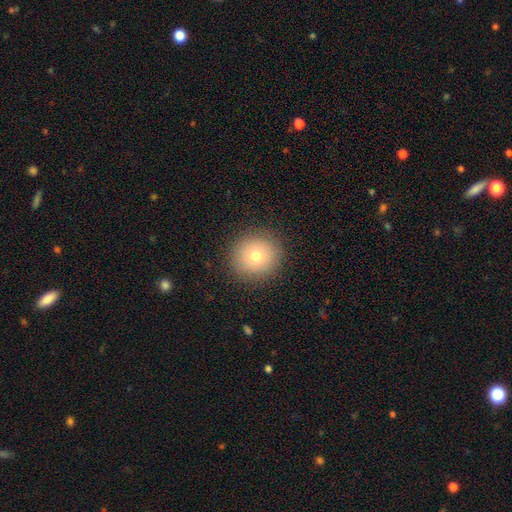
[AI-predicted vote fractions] Morphology: type=smooth (74%); roundness=round (91%); merging=none (90%).